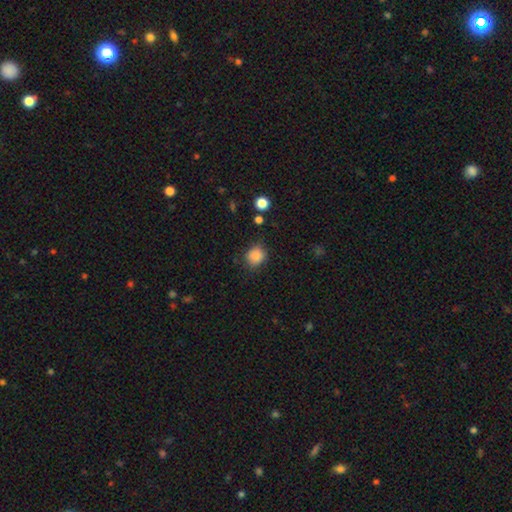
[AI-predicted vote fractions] Morphology: type=smooth (86%); roundness=round (77%); merging=none (74%).